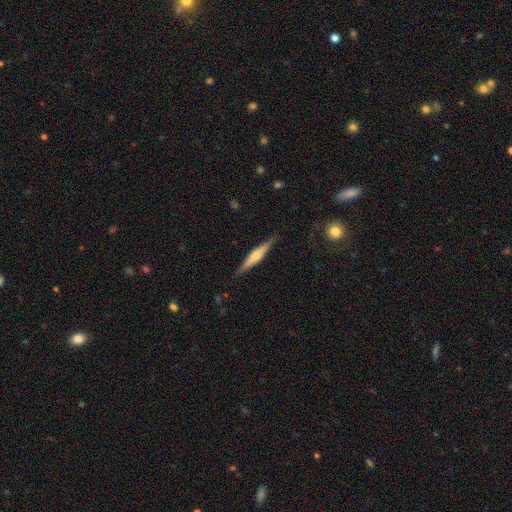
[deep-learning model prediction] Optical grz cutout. It shows a featured or disk galaxy (62%) viewed edge-on (97%) with a rounded central bulge (79%). Merging: none (87%).